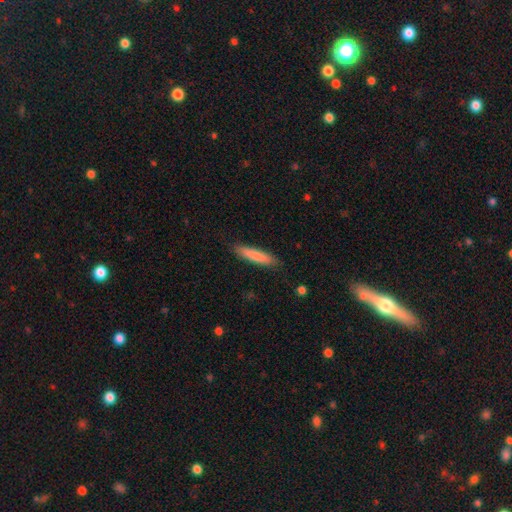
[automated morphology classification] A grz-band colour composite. It shows a smooth galaxy with no disk features (83%) that is cigar-shaped (86%). Merging: none (86%).